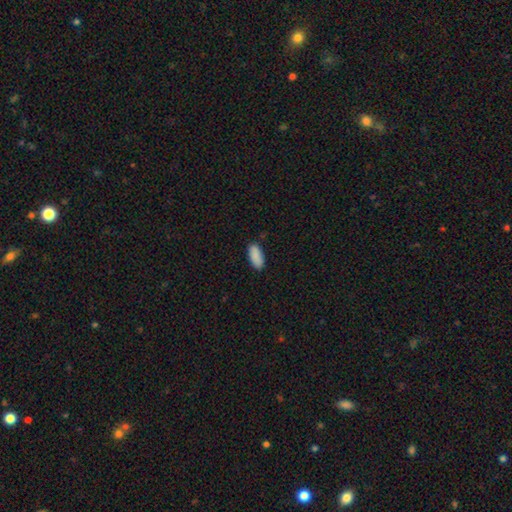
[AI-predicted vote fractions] smooth_or_featured: smooth (p=0.90) [alt: star or artifact p=0.06]
how_rounded: in between (p=0.87) [alt: cigar-shaped p=0.12]
merging: none (p=0.87) [alt: minor disturbance p=0.10]